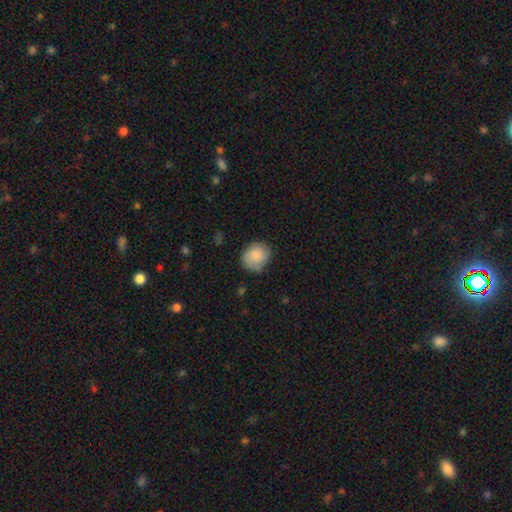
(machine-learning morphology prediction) Smooth or featured?
  - smooth: 82% *
  - featured or disk: 11%
  - star or artifact: 7%
How rounded?
  - round: 70% *
  - in between: 29%
  - cigar-shaped: 1%
Merging?
  - none: 70% *
  - minor disturbance: 23%
  - major disturbance: 5%
  - merger: 2%